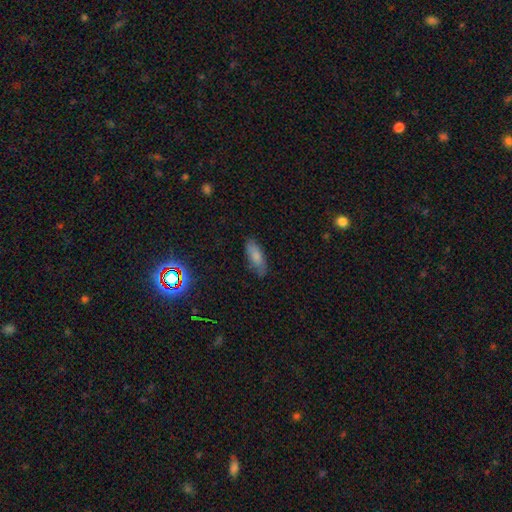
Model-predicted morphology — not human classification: Smooth or featured: smooth — 77% (featured or disk — 14%)
How rounded: in between — 74% (cigar-shaped — 24%)
Merging: none — 76% (minor disturbance — 19%)